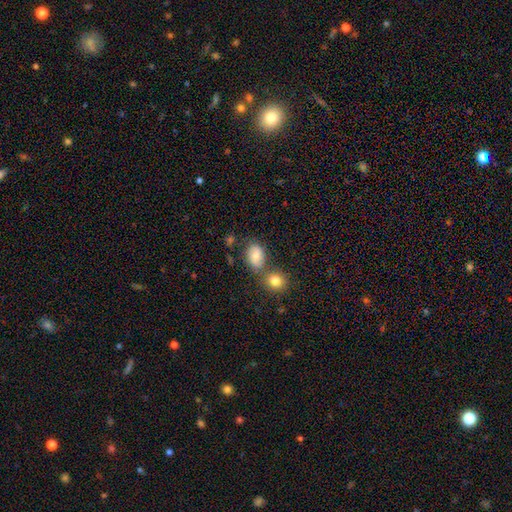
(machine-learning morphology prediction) This is likely a smooth galaxy (71%). How rounded: likely in between (75%). Merging: possibly none (59%).